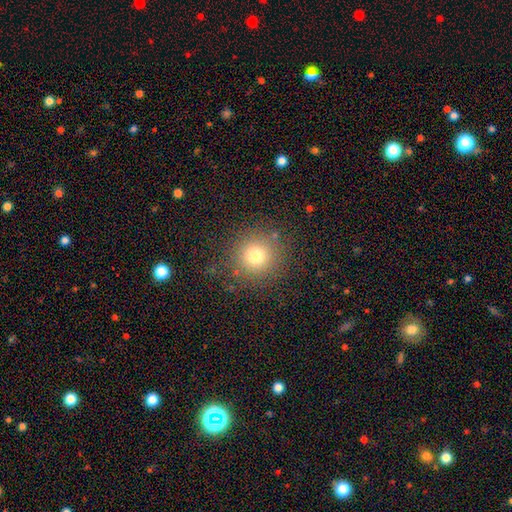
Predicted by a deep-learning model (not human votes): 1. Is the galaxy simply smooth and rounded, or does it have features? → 74% smooth, 16% star or artifact, 10% featured or disk.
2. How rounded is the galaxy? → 94% round, 5% in between, 1% cigar-shaped.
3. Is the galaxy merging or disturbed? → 85% none, 9% minor disturbance, 5% major disturbance, 2% merger.